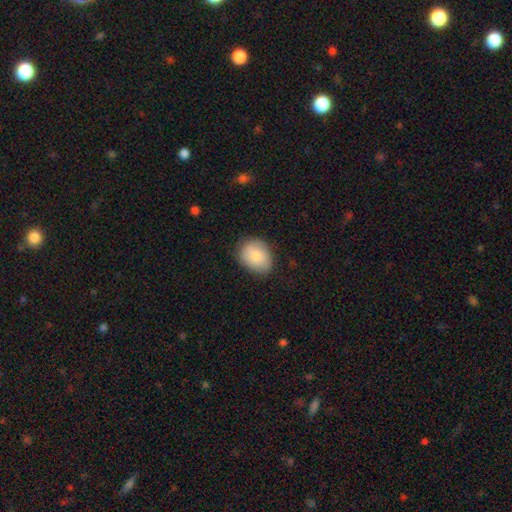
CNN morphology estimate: A smooth galaxy with no disk features (81%) that is in between round and cigar-shaped (55%).

Vote fractions:
- Smooth or featured? smooth: 81% / featured or disk: 13% / star or artifact: 7%
- How rounded? in between: 55% / round: 44% / cigar-shaped: 1%
- Merging? none: 73% / minor disturbance: 21% / major disturbance: 4% / merger: 1%